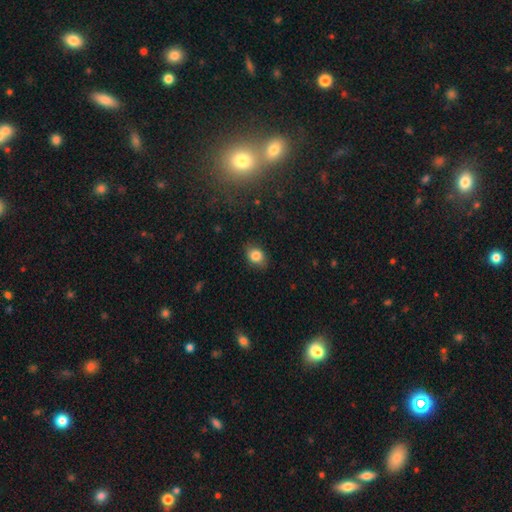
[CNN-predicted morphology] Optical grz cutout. It shows a smooth galaxy with no disk features (83%) that is in between round and cigar-shaped (67%). Merging: none (82%).